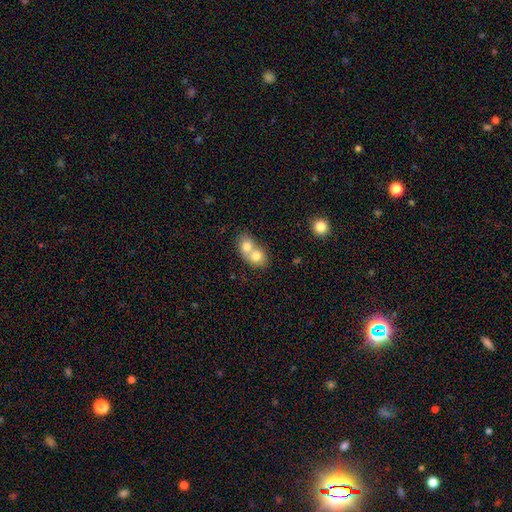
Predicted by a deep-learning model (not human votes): This is likely a smooth galaxy (73%). How rounded: possibly round (57%). Merging: likely merger (77%).